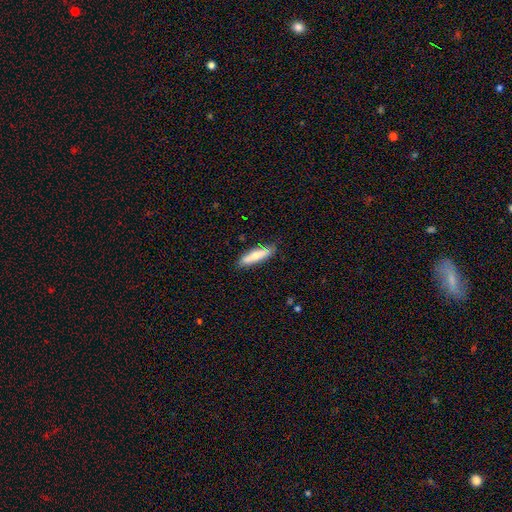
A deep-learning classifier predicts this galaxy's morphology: This is likely a smooth galaxy (65%). How rounded: likely cigar-shaped (70%). Merging: clearly none (83%).